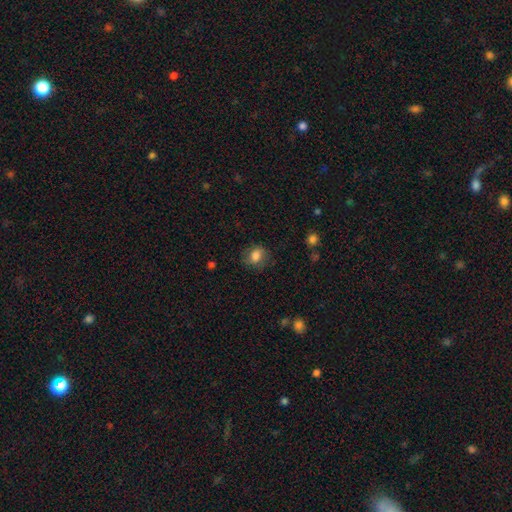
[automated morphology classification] A smooth galaxy with no disk features (80%) that is in between round and cigar-shaped (50%).

Vote fractions:
- Smooth or featured? smooth: 80% / featured or disk: 11% / star or artifact: 9%
- How rounded? in between: 50% / round: 49% / cigar-shaped: 1%
- Merging? none: 75% / minor disturbance: 18% / major disturbance: 6% / merger: 1%